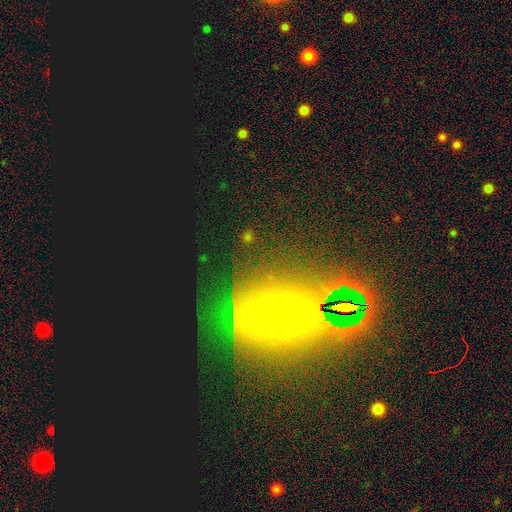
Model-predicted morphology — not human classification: This appears to be a star or artifact, not a galaxy (41%).